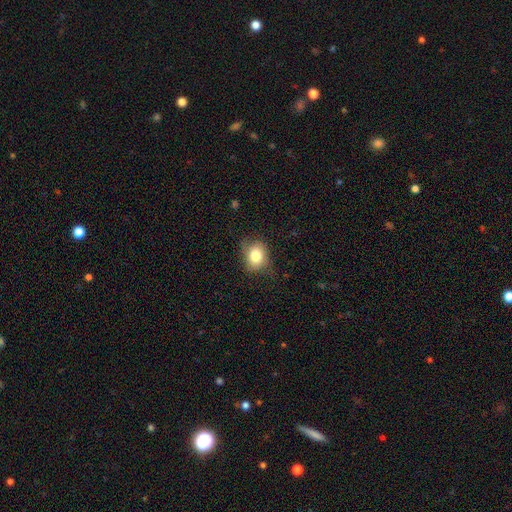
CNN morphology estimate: type=smooth (79%); roundness=in between (51%); merging=none (67%).